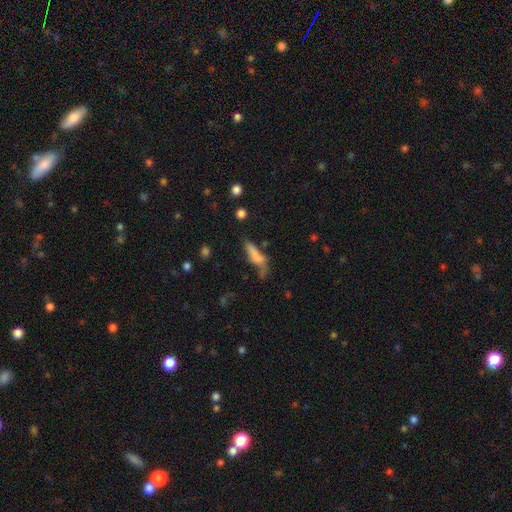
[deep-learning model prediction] Overall: smooth (66%). How rounded: cigar-shaped (64%; in between 33%). Merging: none (37%; minor disturbance 26%).